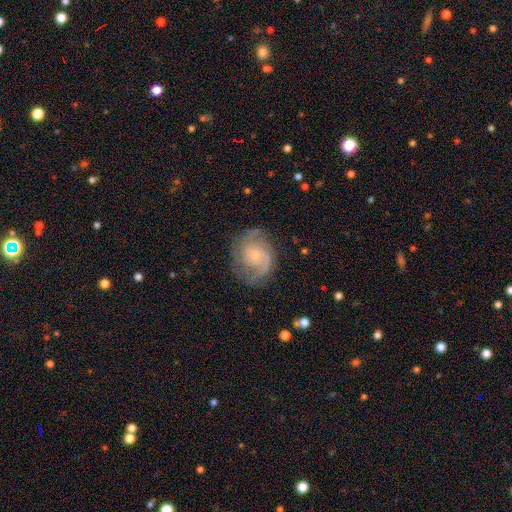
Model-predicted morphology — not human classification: A featured or disk galaxy (83%) with no bar (72%), 2 (67%) medium (44%) spiral arms (96%) and a small central bulge (73%).

Vote fractions:
- Smooth or featured? featured or disk: 83% / smooth: 11% / star or artifact: 6%
- Edge-on disk? no: 98% / yes: 2%
- Bar? no: 72% / weak: 25% / strong: 4%
- Spiral arms? yes: 96% / no: 4%
- Spiral winding? medium: 44% / tight: 42% / loose: 14%
- Spiral arm count? 2: 67% / can't tell: 13% / 3: 9% / 1: 6% / 4: 3% / more than 4: 3%
- Bulge size? small: 73% / moderate: 20% / none: 3% / large: 2% / dominant: 1%
- Merging? none: 74% / minor disturbance: 17% / major disturbance: 8% / merger: 1%